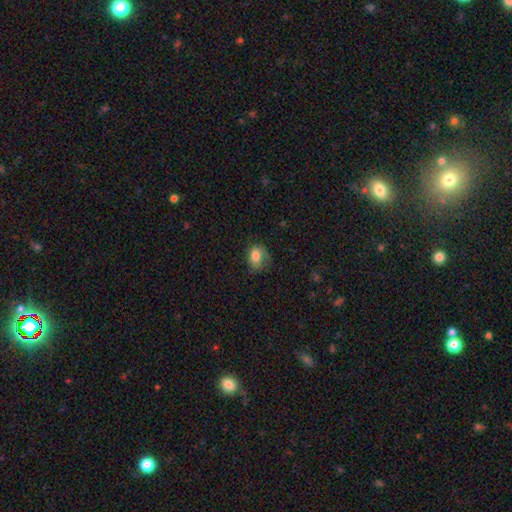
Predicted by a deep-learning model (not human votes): Smooth or featured? smooth (77%)
How rounded? in between (64%)
Merging? none (45%)